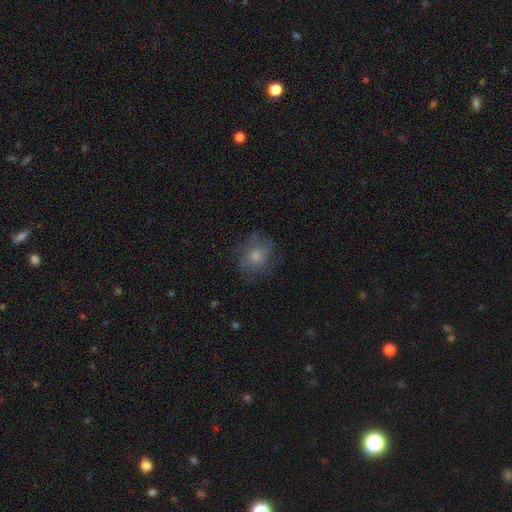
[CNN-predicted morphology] Smooth or featured?
  - smooth: 44% *
  - featured or disk: 40%
  - star or artifact: 16%
Merging?
  - none: 73% *
  - minor disturbance: 17%
  - major disturbance: 9%
  - merger: 1%